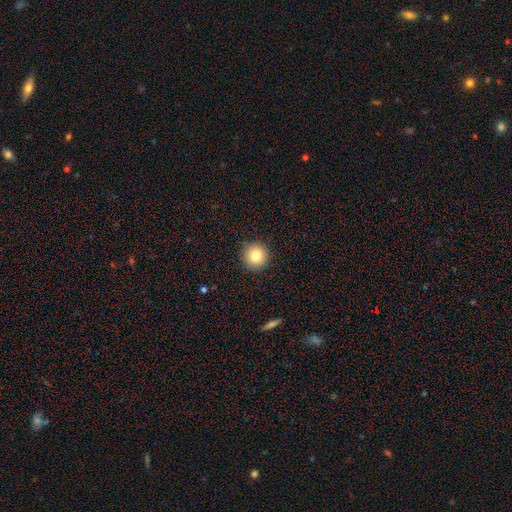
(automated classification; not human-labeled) Smooth or featured? Predicted: smooth (p=0.80). How rounded? Predicted: round (p=0.96). Merging? Predicted: none (p=0.91).